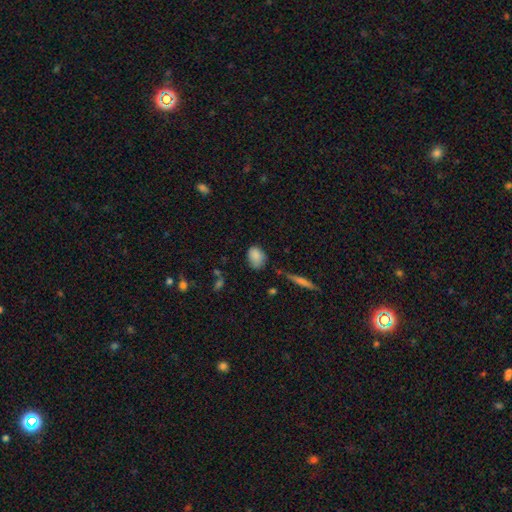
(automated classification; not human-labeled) Smooth or featured? smooth (85%)
How rounded? in between (76%)
Merging? none (63%)